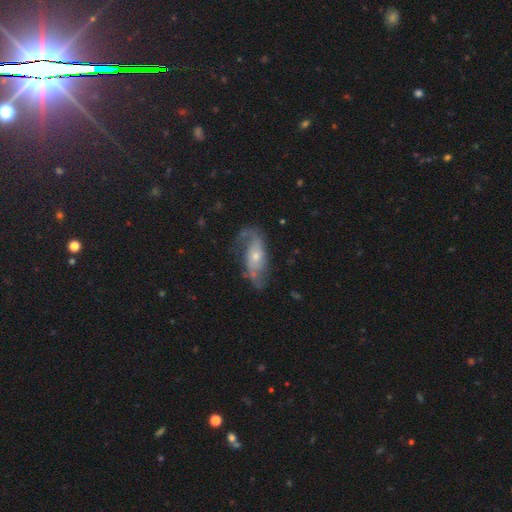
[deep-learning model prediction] smooth_or_featured: featured or disk (p=0.76) [alt: smooth p=0.17]
disk_edge_on: no (p=0.92) [alt: yes p=0.08]
bar: no (p=0.66) [alt: weak p=0.25]
has_spiral_arms: yes (p=0.89) [alt: no p=0.11]
spiral_winding: loose (p=0.46) [alt: medium p=0.38]
spiral_arm_count: 2 (p=0.78) [alt: can't tell p=0.09]
bulge_size: small (p=0.57) [alt: moderate p=0.36]
merging: none (p=0.62) [alt: minor disturbance p=0.20]